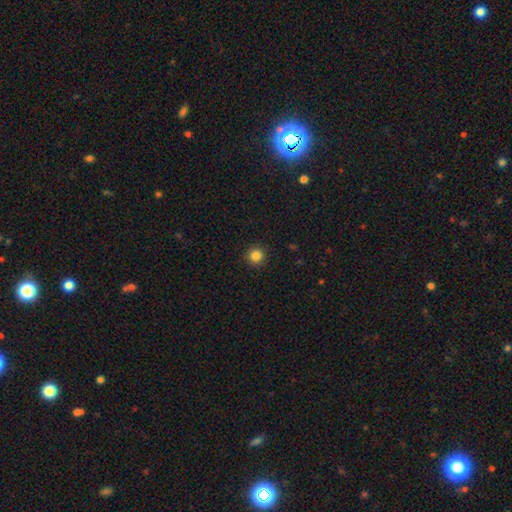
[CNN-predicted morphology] Smooth or featured?
  - smooth: 85% *
  - star or artifact: 11%
  - featured or disk: 4%
How rounded?
  - round: 96% *
  - in between: 3%
  - cigar-shaped: 1%
Merging?
  - none: 93% *
  - minor disturbance: 5%
  - major disturbance: 2%
  - merger: 1%